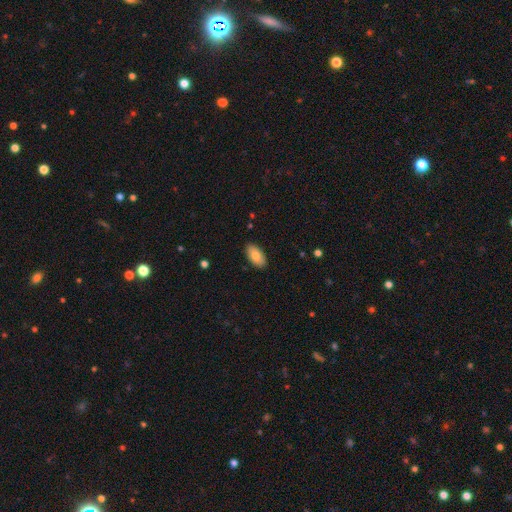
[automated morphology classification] A smooth galaxy with no disk features (81%) that is in between round and cigar-shaped (94%). Merging: none (88%).